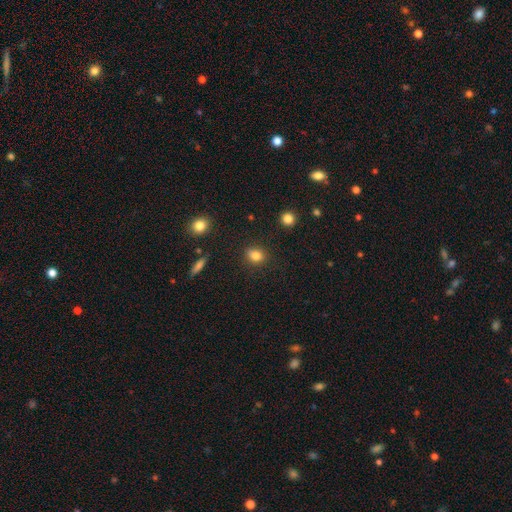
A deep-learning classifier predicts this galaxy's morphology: smooth 83%, star or artifact 11%, featured or disk 6%. Down the decision tree: how rounded — round (50%); merging — none (86%).